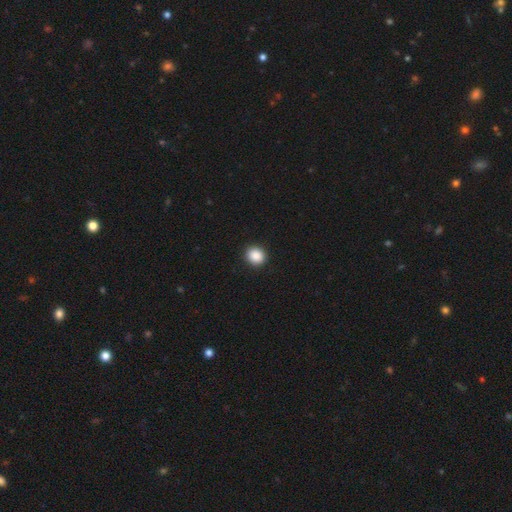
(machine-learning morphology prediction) type=smooth (89%); roundness=round (83%); merging=none (92%).